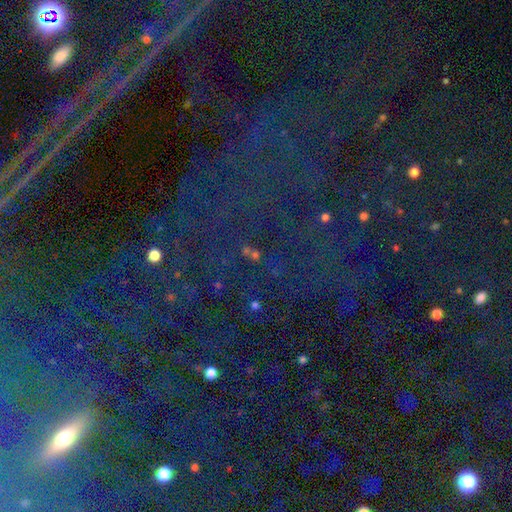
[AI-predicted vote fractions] This is clearly a star or artifact rather than a galaxy (82%).